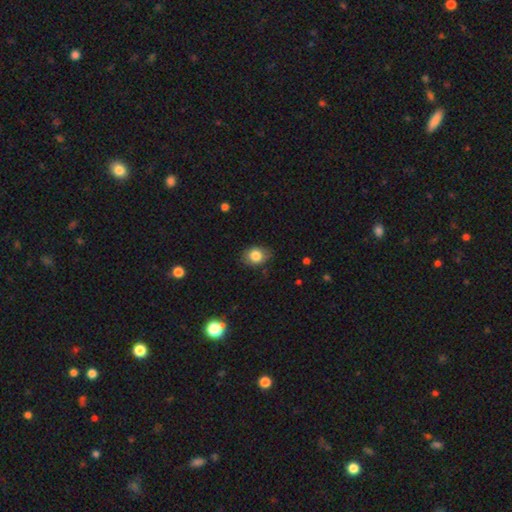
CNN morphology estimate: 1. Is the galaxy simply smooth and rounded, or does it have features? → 81% smooth, 10% featured or disk, 9% star or artifact.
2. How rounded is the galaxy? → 57% in between, 42% round, 1% cigar-shaped.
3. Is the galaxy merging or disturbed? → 77% none, 18% minor disturbance, 4% major disturbance, 1% merger.